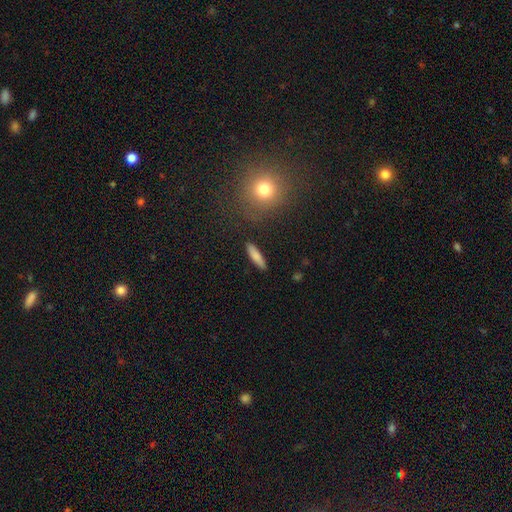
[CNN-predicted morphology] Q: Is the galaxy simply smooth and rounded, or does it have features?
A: smooth — 82%.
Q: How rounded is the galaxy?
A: cigar-shaped — 76%.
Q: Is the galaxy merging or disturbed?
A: none — 89%.